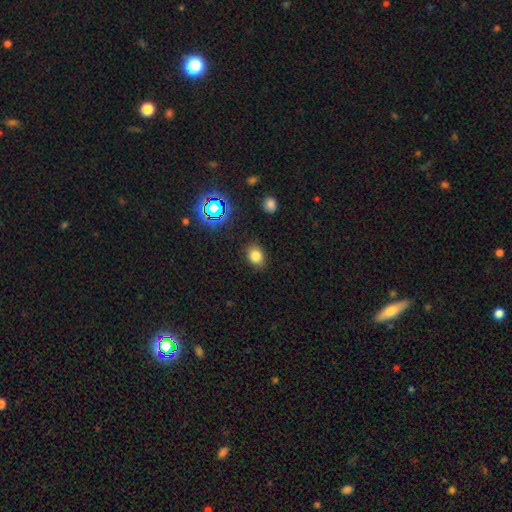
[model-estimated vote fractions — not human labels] Overall: smooth (77%). How rounded: in between (58%; round 41%). Merging: none (85%).